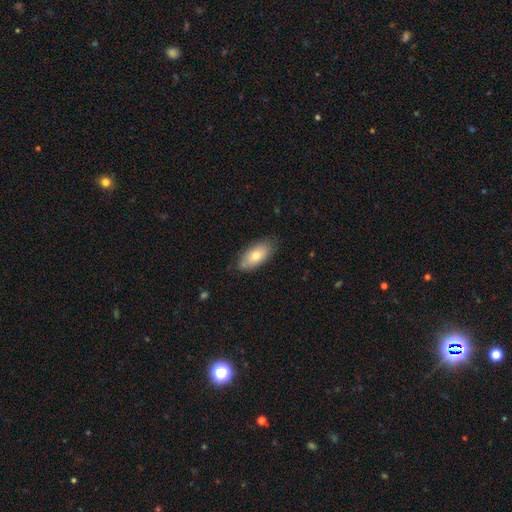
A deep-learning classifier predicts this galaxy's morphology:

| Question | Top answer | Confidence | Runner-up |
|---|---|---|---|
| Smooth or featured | smooth | 75% | featured or disk (19%) |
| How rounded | in between | 89% | cigar-shaped (8%) |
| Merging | none | 78% | minor disturbance (18%) |